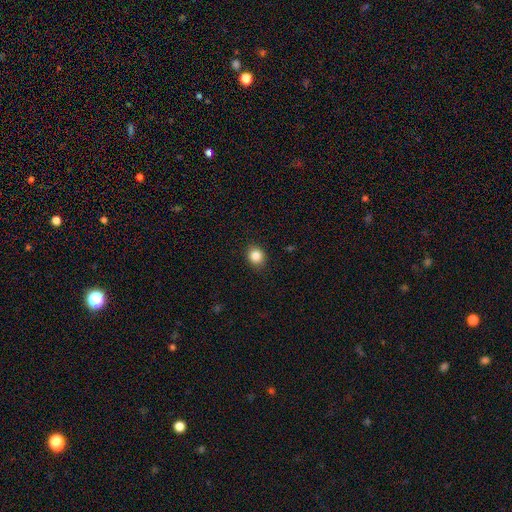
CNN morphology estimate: type=smooth (85%); roundness=round (72%); merging=none (89%).